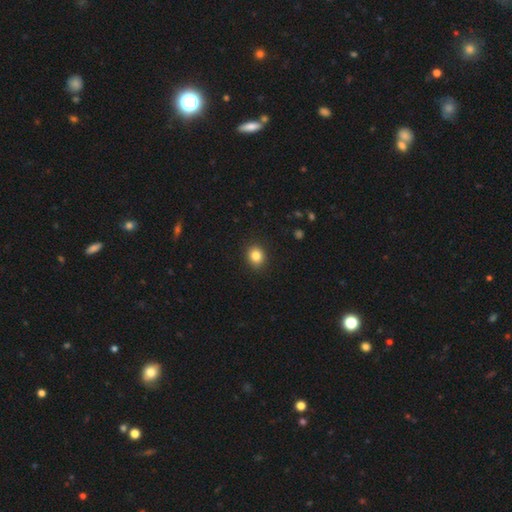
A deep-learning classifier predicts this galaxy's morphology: A smooth galaxy with no disk features (84%) that is round (70%). Merging: none (91%).